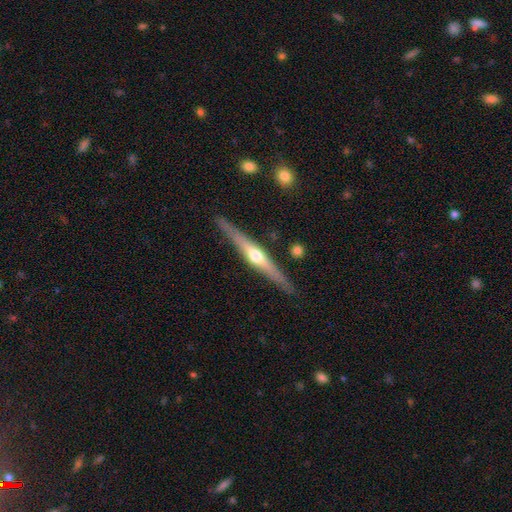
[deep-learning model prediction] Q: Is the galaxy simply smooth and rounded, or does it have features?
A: featured or disk — 74%.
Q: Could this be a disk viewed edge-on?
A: yes — 97%.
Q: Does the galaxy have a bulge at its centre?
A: rounded — 90%.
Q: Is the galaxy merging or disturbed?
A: none — 88%.